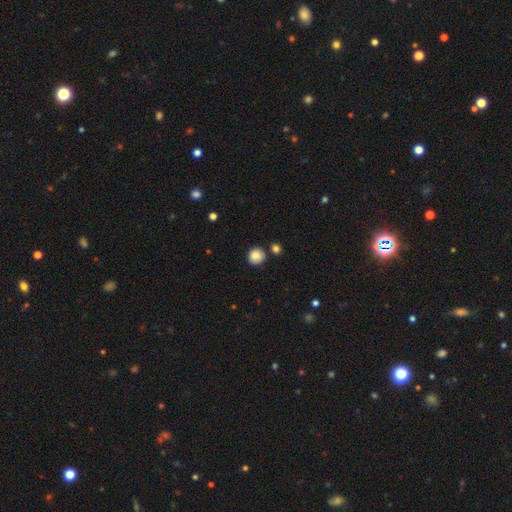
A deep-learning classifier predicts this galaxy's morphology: A smooth galaxy with no disk features (85%) that is round (92%). Merging: none (83%).